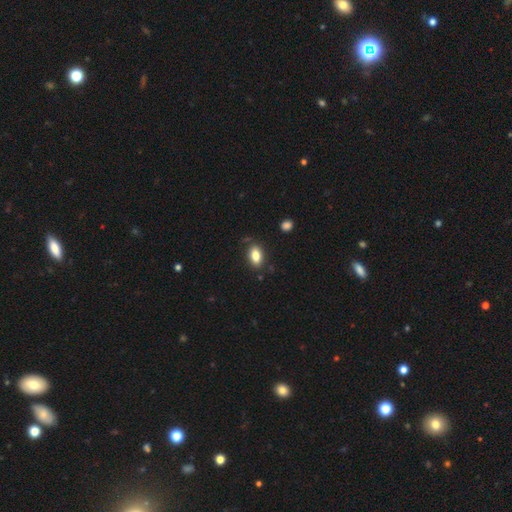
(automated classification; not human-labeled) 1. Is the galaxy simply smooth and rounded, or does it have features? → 83% smooth, 8% featured or disk, 8% star or artifact.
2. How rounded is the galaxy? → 88% in between, 9% round, 3% cigar-shaped.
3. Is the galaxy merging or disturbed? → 81% none, 14% minor disturbance, 3% major disturbance, 2% merger.